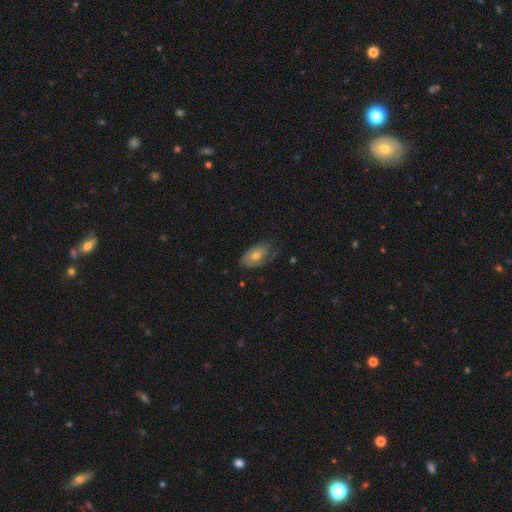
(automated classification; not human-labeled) smooth_or_featured: smooth (p=0.48) [alt: featured or disk p=0.44]
merging: none (p=0.56) [alt: minor disturbance p=0.30]